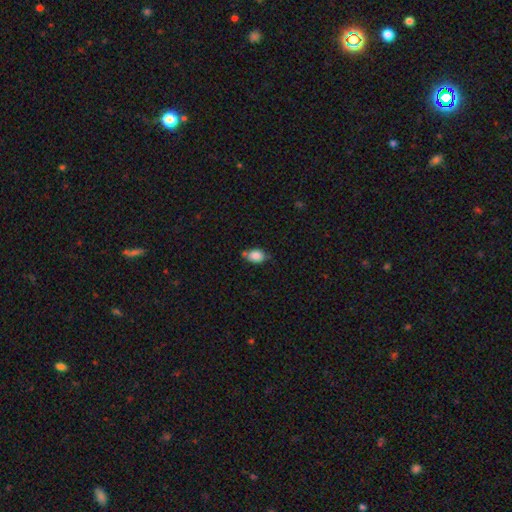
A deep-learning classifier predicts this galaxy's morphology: A smooth galaxy with no disk features (84%) that is in between round and cigar-shaped (68%).

Vote fractions:
- Smooth or featured? smooth: 84% / star or artifact: 9% / featured or disk: 8%
- How rounded? in between: 68% / round: 30% / cigar-shaped: 2%
- Merging? none: 58% / minor disturbance: 27% / merger: 10% / major disturbance: 5%